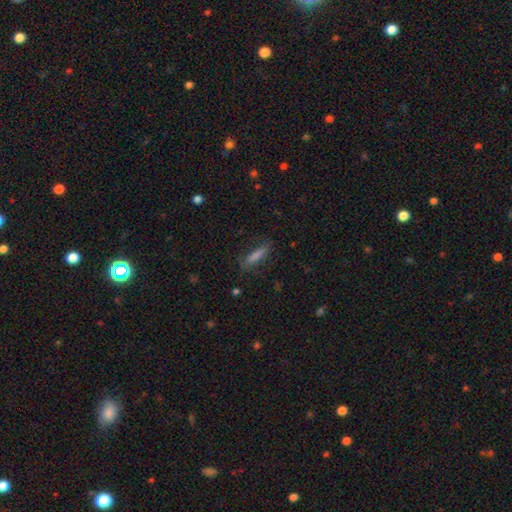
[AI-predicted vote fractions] Smooth or featured?
  - smooth: 71% *
  - featured or disk: 17%
  - star or artifact: 12%
How rounded?
  - cigar-shaped: 79% *
  - in between: 19%
  - round: 2%
Merging?
  - none: 80% *
  - minor disturbance: 14%
  - major disturbance: 5%
  - merger: 2%